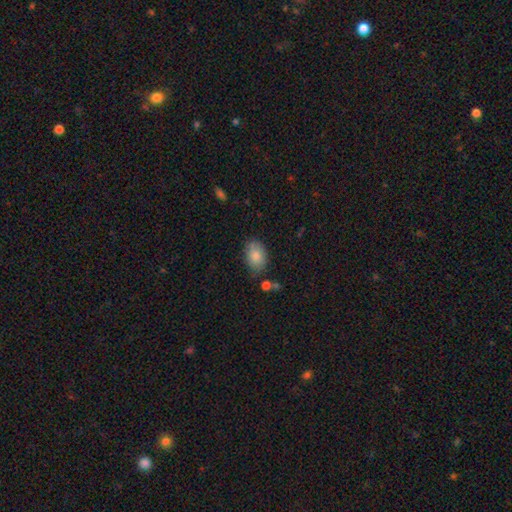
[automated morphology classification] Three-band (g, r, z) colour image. It shows a smooth galaxy with no disk features (85%) that is in between round and cigar-shaped (86%). Merging: none (73%).